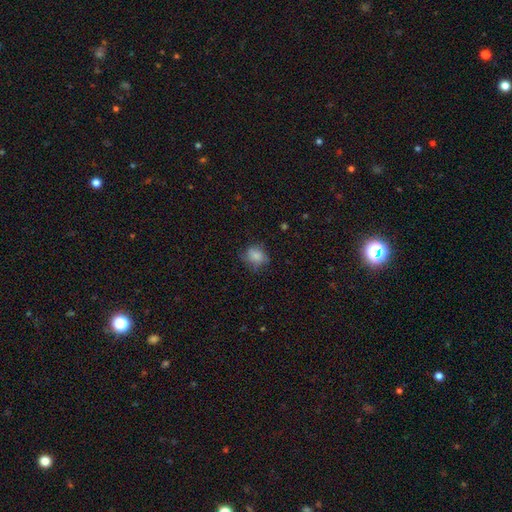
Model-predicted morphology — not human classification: Smooth or featured: smooth — 78% (featured or disk — 11%)
How rounded: round — 59% (in between — 40%)
Merging: none — 62% (minor disturbance — 26%)